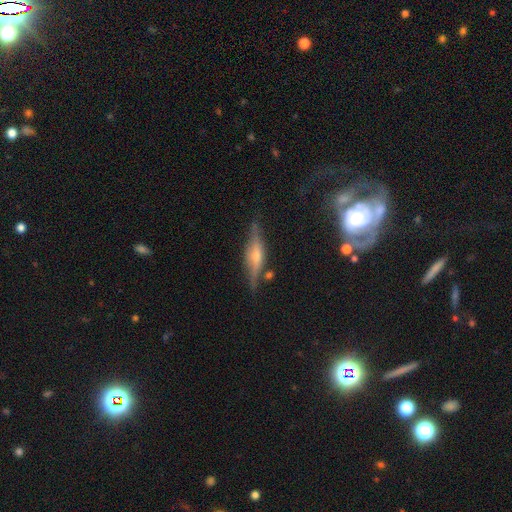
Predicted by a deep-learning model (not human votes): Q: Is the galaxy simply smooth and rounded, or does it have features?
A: featured or disk — 74%.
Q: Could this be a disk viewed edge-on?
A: yes — 94%.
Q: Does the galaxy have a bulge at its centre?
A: rounded — 75%.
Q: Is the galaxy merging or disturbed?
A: none — 78%.